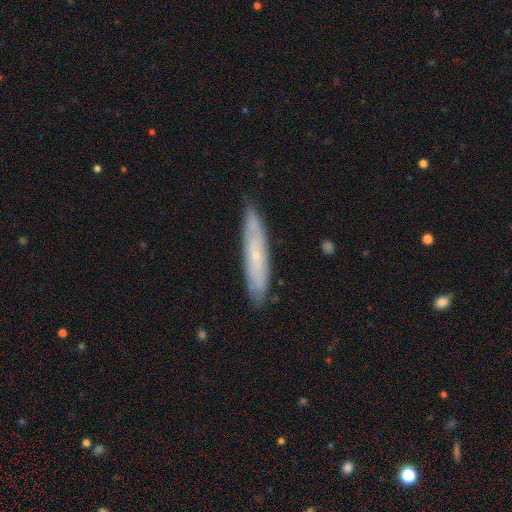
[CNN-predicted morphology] The model was most divided on "smooth or featured": featured or disk: 54%, smooth: 39%, star or artifact: 7%. More confident: merging — none (85%); edge-on disk — yes (60%).